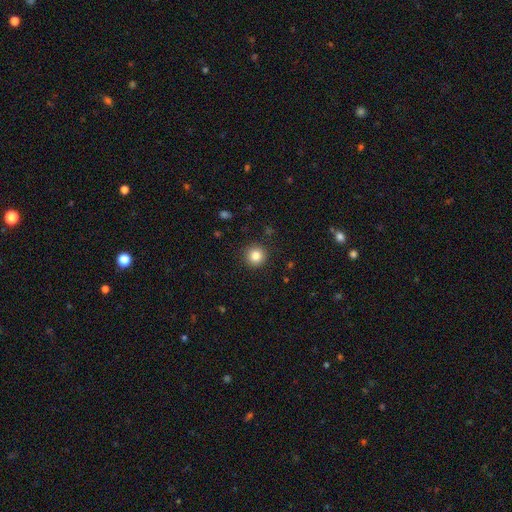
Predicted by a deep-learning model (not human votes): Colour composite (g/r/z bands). It shows a smooth galaxy with no disk features (84%) that is round (95%). Merging: none (91%).